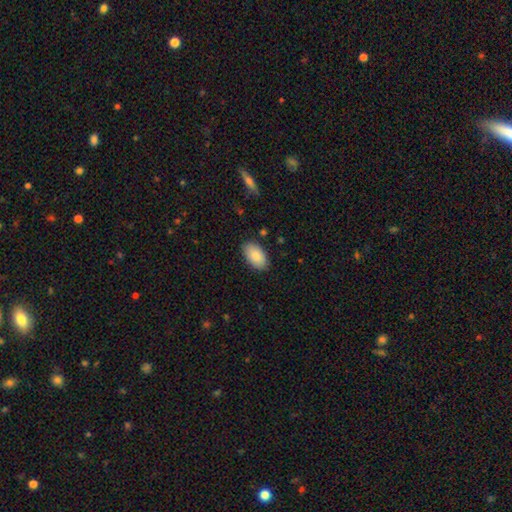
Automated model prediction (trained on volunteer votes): smooth_or_featured: smooth (p=0.85) [alt: featured or disk p=0.09]
how_rounded: in between (p=0.95) [alt: round p=0.04]
merging: none (p=0.86) [alt: minor disturbance p=0.11]